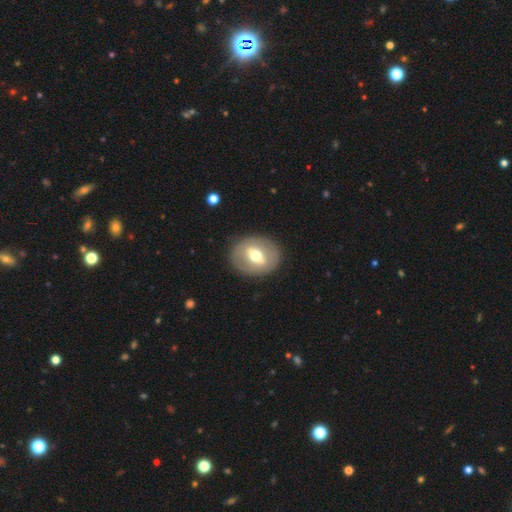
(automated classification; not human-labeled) Morphology: type=featured or disk (49%); merging=none (85%).